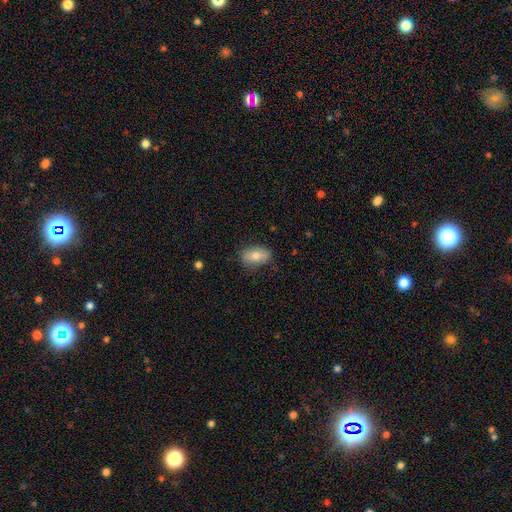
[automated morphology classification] Q: Smooth or featured?
A: smooth (74%); runner-up: featured or disk (19%)
Q: How rounded?
A: in between (87%); runner-up: round (10%)
Q: Merging?
A: none (79%); runner-up: minor disturbance (16%)